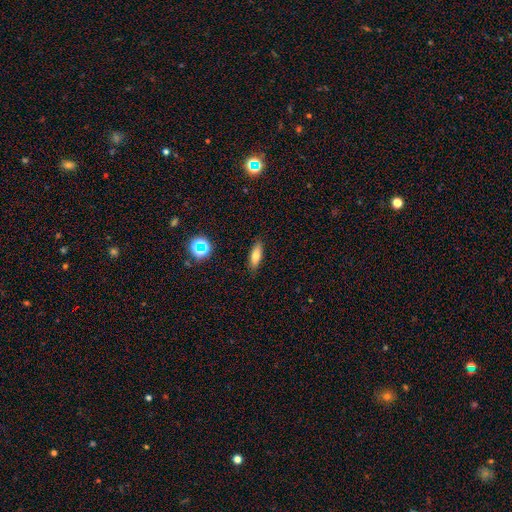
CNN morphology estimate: The model was most divided on "how rounded": in between: 56%, cigar-shaped: 41%, round: 3%. More confident: merging — none (87%); smooth or featured — smooth (72%).